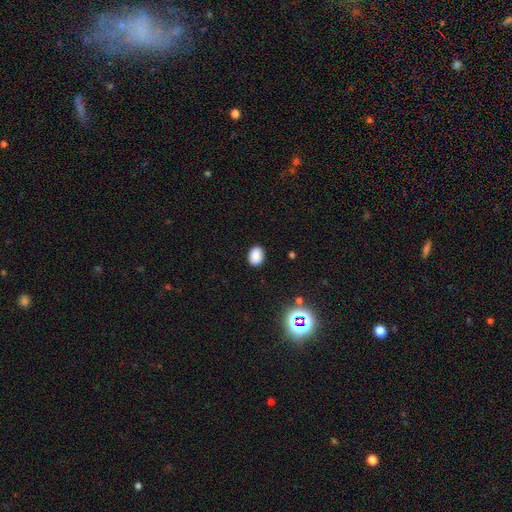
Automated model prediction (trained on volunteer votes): Overall: smooth (85%). How rounded: in between (67%; round 32%). Merging: none (89%).